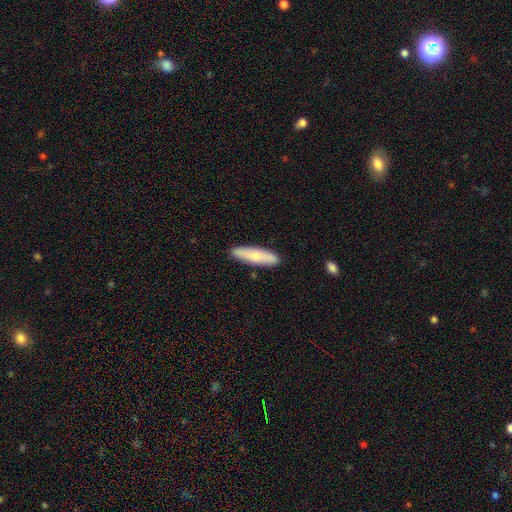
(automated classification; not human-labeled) smooth_or_featured: smooth (p=0.67) [alt: featured or disk p=0.27]
how_rounded: cigar-shaped (p=0.70) [alt: in between p=0.28]
merging: none (p=0.89) [alt: minor disturbance p=0.08]